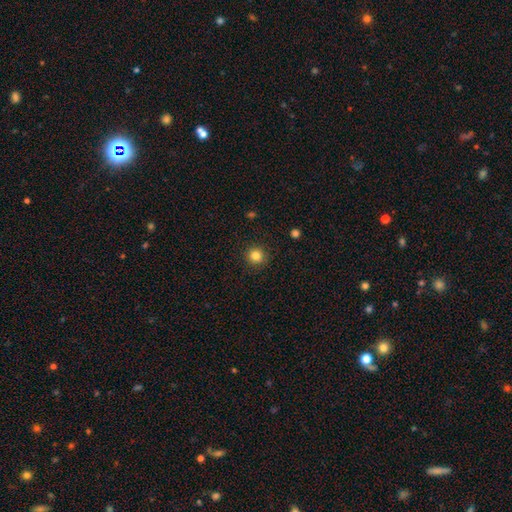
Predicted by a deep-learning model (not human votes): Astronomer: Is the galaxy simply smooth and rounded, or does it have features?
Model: smooth — 84%.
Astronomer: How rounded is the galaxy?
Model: round — 94%.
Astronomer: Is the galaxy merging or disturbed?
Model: none — 91%.